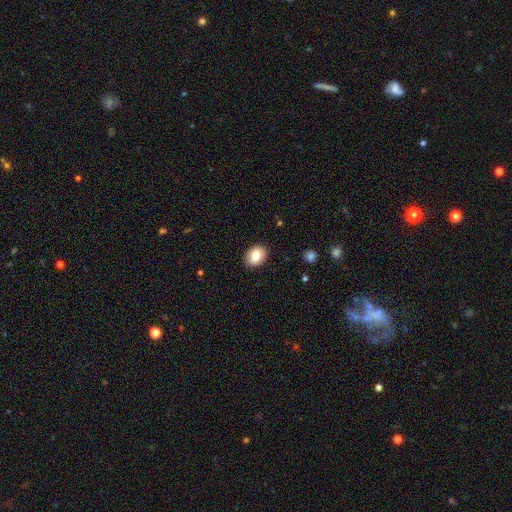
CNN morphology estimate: smooth 81%, featured or disk 11%, star or artifact 8%. Down the decision tree: how rounded — in between (65%); merging — none (88%).